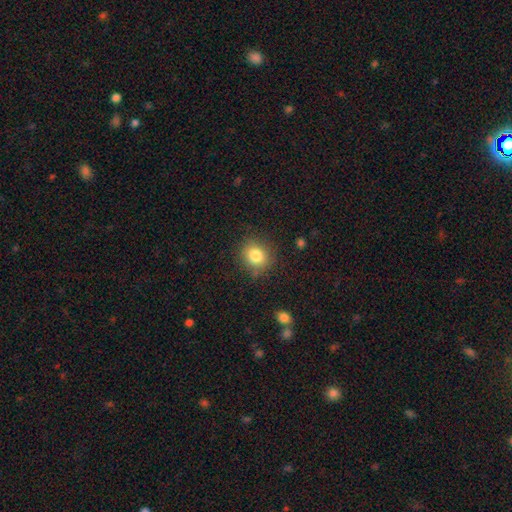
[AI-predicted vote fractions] Morphology: type=smooth (81%); roundness=round (79%); merging=none (83%).